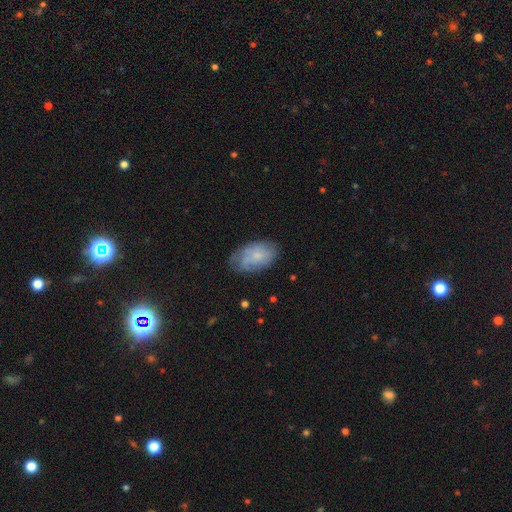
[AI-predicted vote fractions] The model was most divided on "smooth or featured": smooth: 57%, featured or disk: 35%, star or artifact: 8%. More confident: how rounded — in between (92%); merging — none (64%).